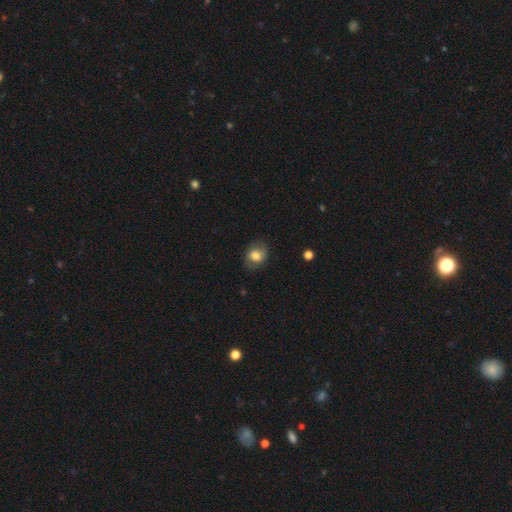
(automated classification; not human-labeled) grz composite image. It shows a smooth galaxy with no disk features (73%) that is in between round and cigar-shaped (52%). Merging: none (75%).